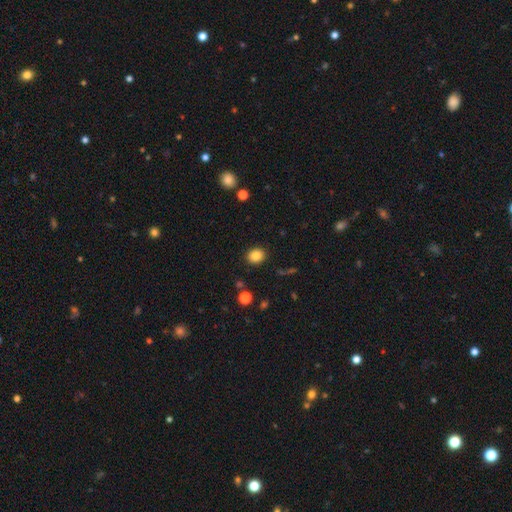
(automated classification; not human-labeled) Smooth or featured? Predicted: smooth (p=0.85). How rounded? Predicted: round (p=0.58). Merging? Predicted: none (p=0.89).